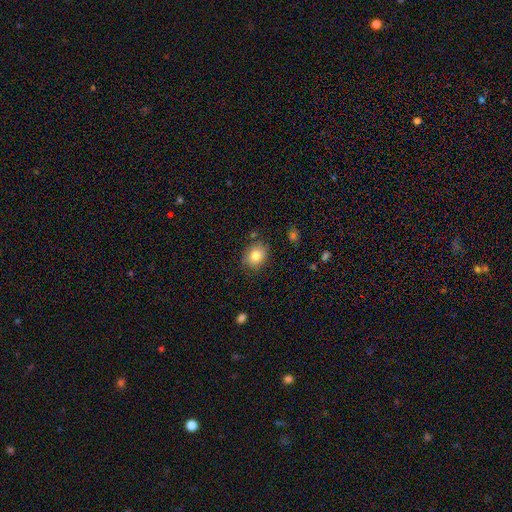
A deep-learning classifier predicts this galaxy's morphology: smooth_or_featured: smooth (p=0.81) [alt: featured or disk p=0.09]
how_rounded: round (p=0.55) [alt: in between p=0.44]
merging: none (p=0.81) [alt: minor disturbance p=0.13]